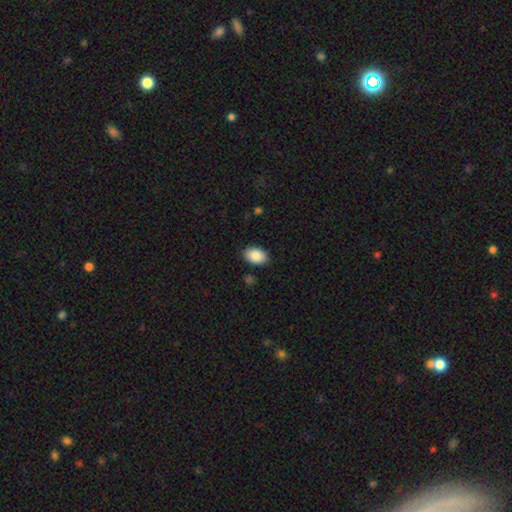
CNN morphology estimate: Smooth or featured? Predicted: smooth (p=0.88). How rounded? Predicted: in between (p=0.89). Merging? Predicted: none (p=0.88).